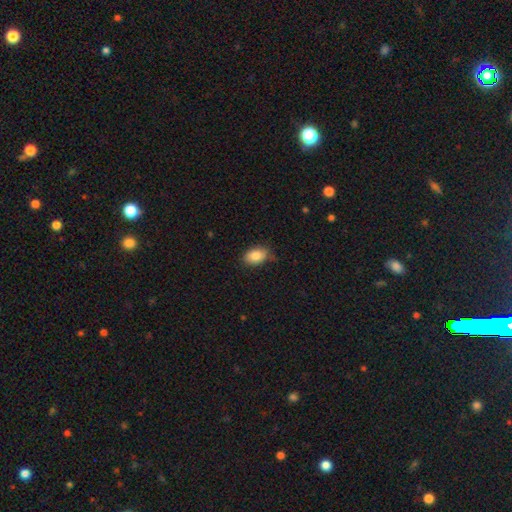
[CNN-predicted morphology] Smooth or featured? smooth (85%)
How rounded? in between (86%)
Merging? none (76%)